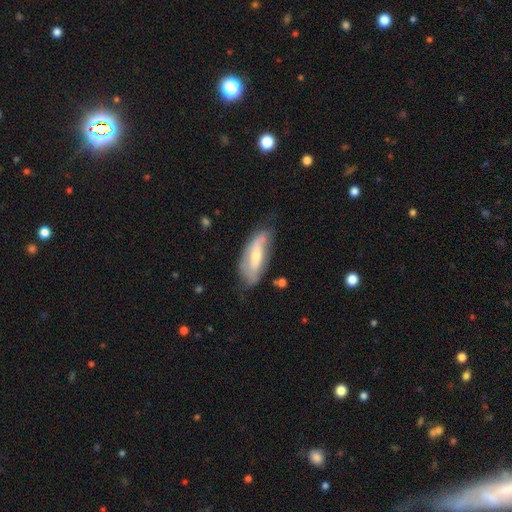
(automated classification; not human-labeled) Smooth or featured? featured or disk (57%)
Edge-on disk? no (78%)
Merging? none (56%)